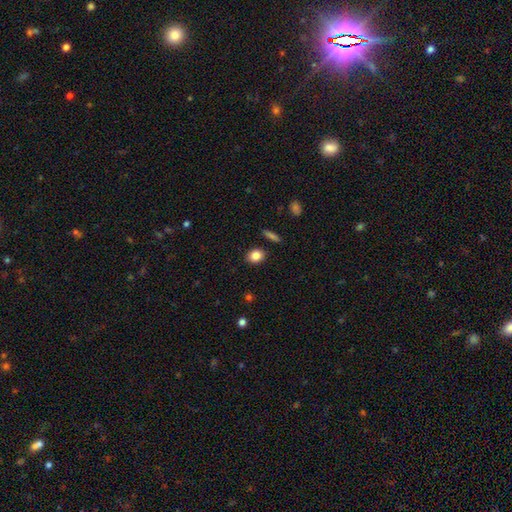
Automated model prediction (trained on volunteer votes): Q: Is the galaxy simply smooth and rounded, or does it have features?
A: smooth — 84%.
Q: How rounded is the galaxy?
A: in between — 56%.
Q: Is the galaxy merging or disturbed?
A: none — 88%.